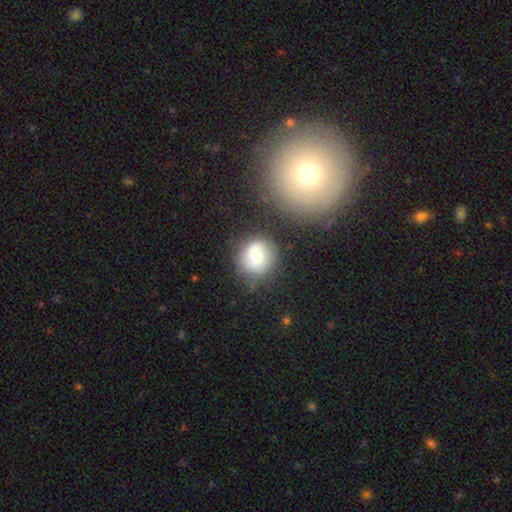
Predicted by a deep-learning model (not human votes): This appears to be a smooth galaxy with no disk features (59%) that is round (79%). Merging: none (65%).